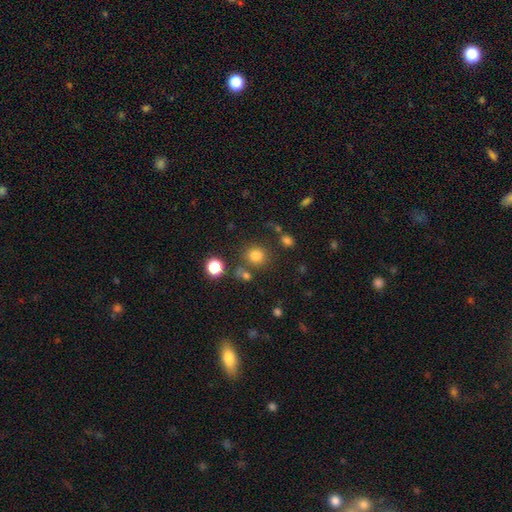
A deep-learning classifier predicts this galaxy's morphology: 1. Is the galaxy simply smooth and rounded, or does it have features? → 79% smooth, 15% star or artifact, 6% featured or disk.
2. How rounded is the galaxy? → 84% round, 15% in between, 1% cigar-shaped.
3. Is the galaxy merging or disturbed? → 76% none, 10% minor disturbance, 10% merger, 4% major disturbance.